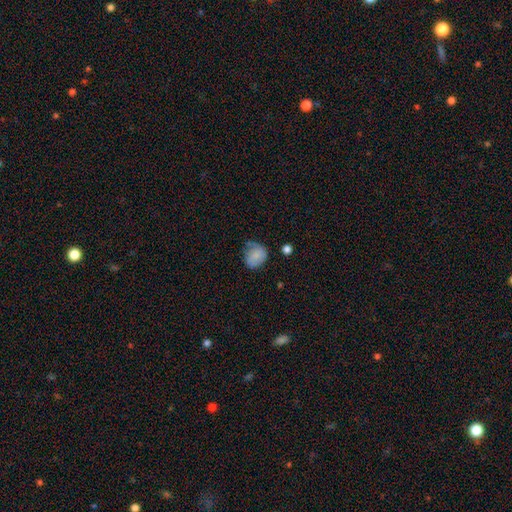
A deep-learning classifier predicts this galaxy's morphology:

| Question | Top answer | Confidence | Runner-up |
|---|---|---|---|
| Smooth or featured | smooth | 77% | featured or disk (15%) |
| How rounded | round | 66% | in between (33%) |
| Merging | none | 54% | minor disturbance (32%) |